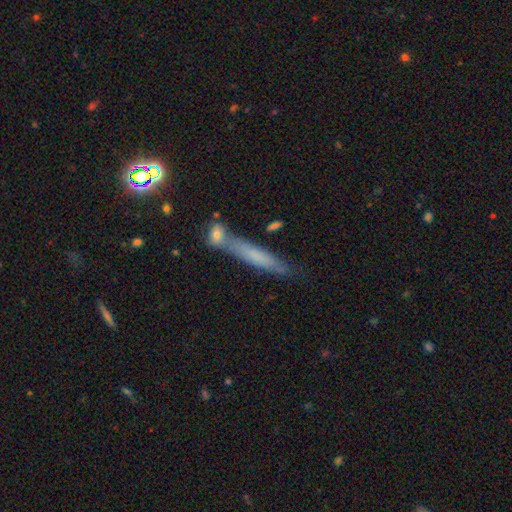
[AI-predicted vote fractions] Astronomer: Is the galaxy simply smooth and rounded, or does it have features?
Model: smooth — 61%.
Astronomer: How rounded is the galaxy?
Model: cigar-shaped — 90%.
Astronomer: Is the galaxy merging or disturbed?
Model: none — 60%.